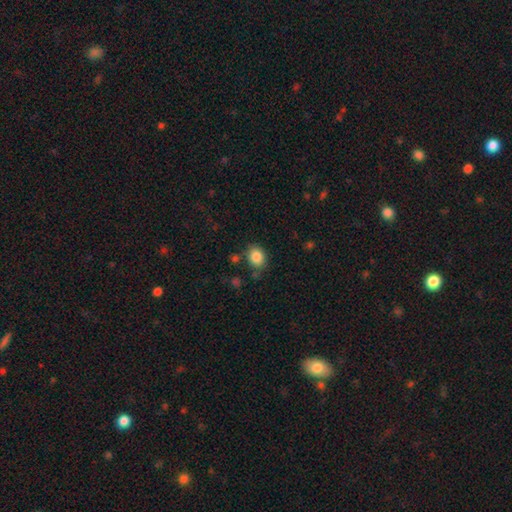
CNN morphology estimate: A smooth galaxy with no disk features (86%) that is in between round and cigar-shaped (51%). Merging: none (76%).